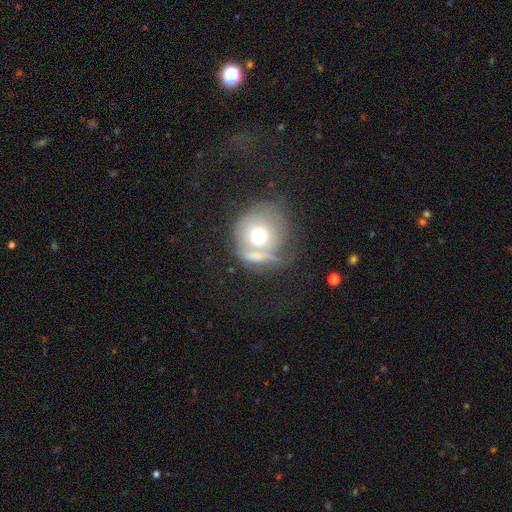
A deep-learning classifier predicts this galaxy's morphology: A smooth galaxy with no disk features (62%) that is round (79%). Merging: merger (37%).